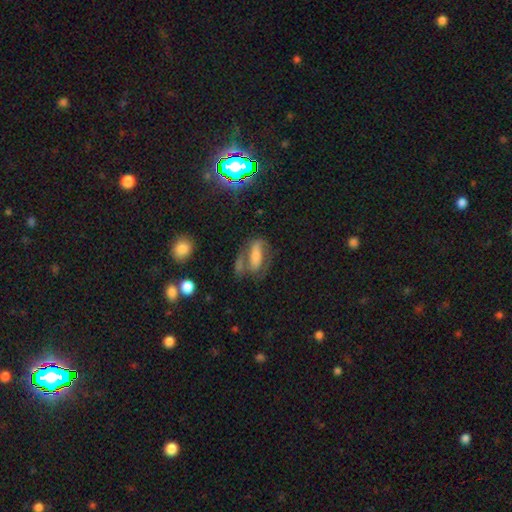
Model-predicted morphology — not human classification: This appears to be a featured or disk galaxy (50%). Merging: none (52%).